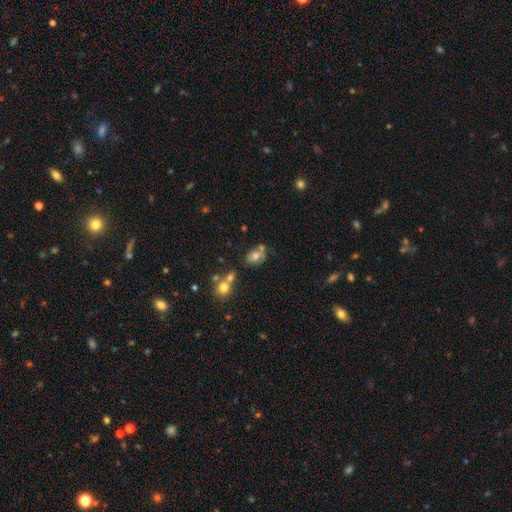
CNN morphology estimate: A smooth galaxy with no disk features (65%) that is in between round and cigar-shaped (72%).

Vote fractions:
- Smooth or featured? smooth: 65% / featured or disk: 23% / star or artifact: 12%
- How rounded? in between: 72% / round: 27% / cigar-shaped: 2%
- Merging? none: 47% / merger: 25% / minor disturbance: 20% / major disturbance: 8%